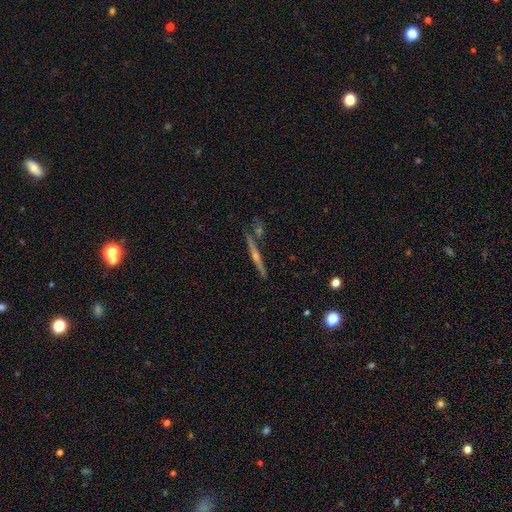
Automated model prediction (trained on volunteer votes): Overall: featured or disk (79%). Edge-on disk: yes (98%). Edge-on bulge: rounded (85%). Merging: none (84%).